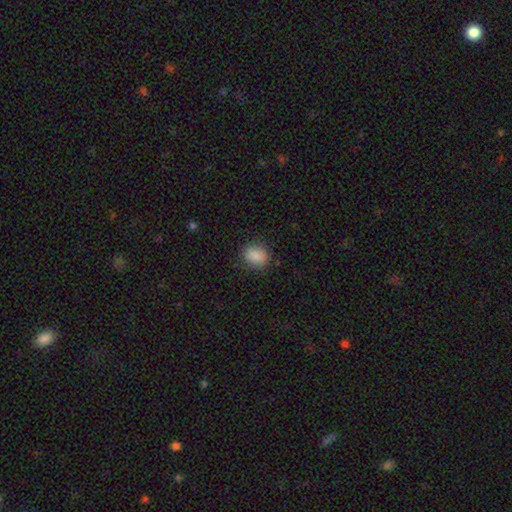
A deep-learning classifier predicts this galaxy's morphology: Smooth or featured? Predicted: smooth (p=0.87). How rounded? Predicted: round (p=0.57). Merging? Predicted: none (p=0.82).